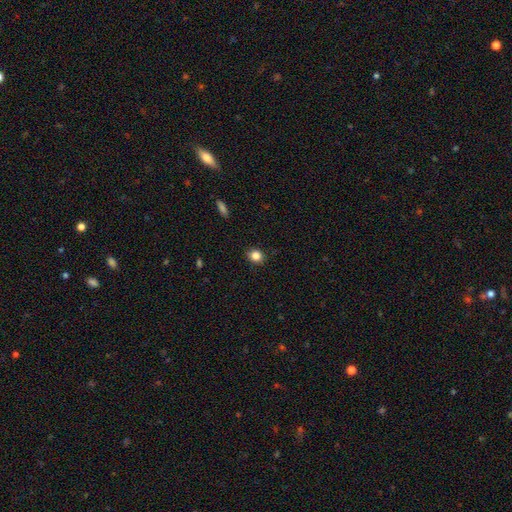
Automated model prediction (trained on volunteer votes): Overall: smooth (84%). How rounded: round (69%; in between 30%). Merging: none (89%).